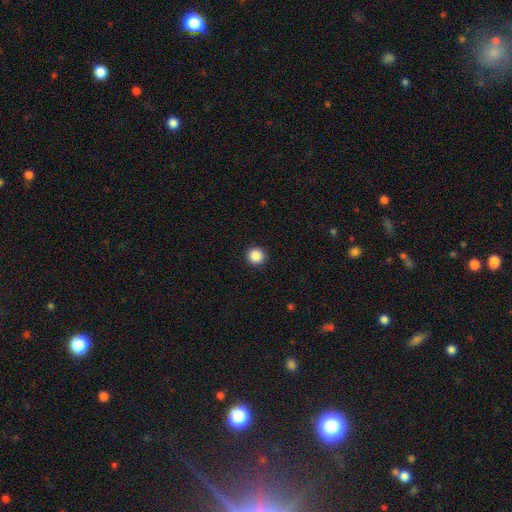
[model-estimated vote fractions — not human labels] Smooth or featured? Predicted: smooth (p=0.87). How rounded? Predicted: round (p=0.96). Merging? Predicted: none (p=0.93).